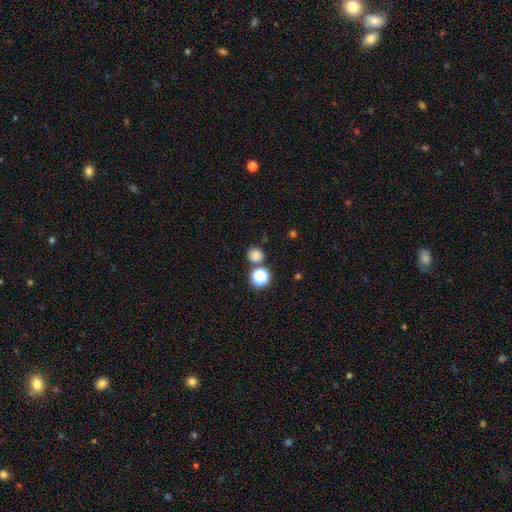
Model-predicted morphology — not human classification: The model was most divided on "smooth or featured": smooth: 78%, star or artifact: 17%, featured or disk: 5%. More confident: how rounded — round (88%); merging — none (75%).